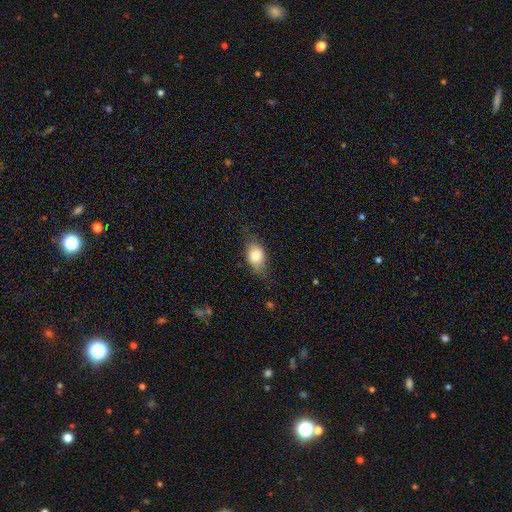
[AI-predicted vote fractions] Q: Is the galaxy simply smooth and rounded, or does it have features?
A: smooth — 77%.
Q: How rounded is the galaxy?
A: in between — 77%.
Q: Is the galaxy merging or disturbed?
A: none — 67%.